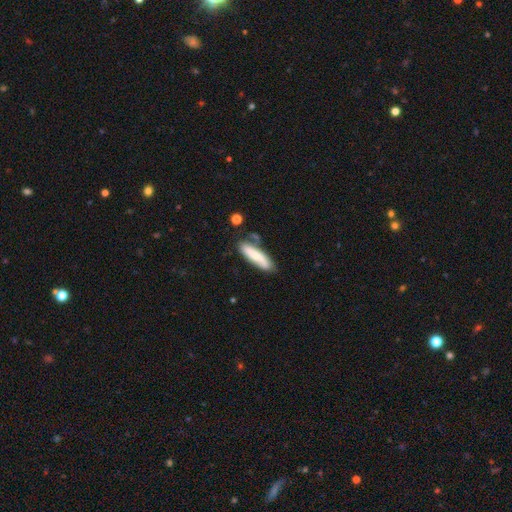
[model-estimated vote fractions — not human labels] Smooth or featured: smooth — 64% (featured or disk — 30%)
How rounded: cigar-shaped — 64% (in between — 34%)
Merging: none — 67% (minor disturbance — 20%)